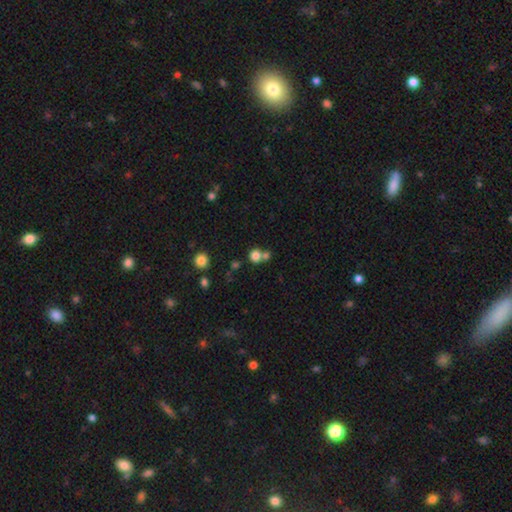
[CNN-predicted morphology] Smooth or featured: smooth — 80% (star or artifact — 13%)
How rounded: round — 88% (in between — 11%)
Merging: none — 57% (merger — 34%)